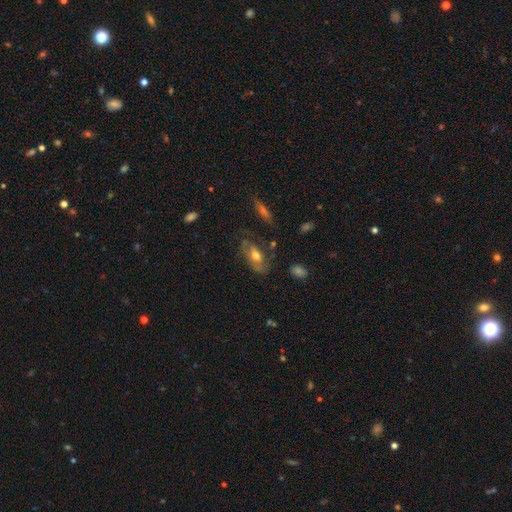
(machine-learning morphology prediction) type=smooth (47%); merging=none (60%).